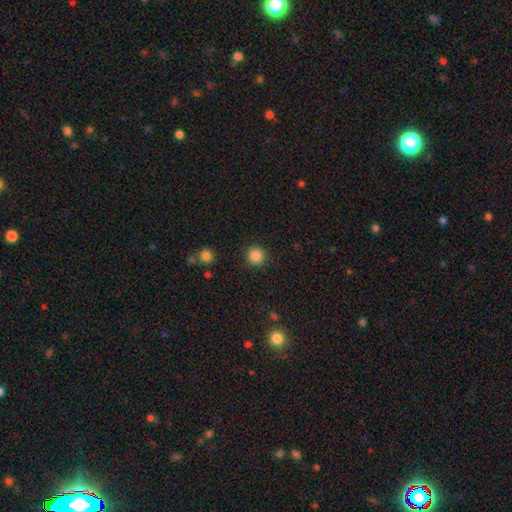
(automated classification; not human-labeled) Smooth or featured? Predicted: smooth (p=0.86). How rounded? Predicted: round (p=0.95). Merging? Predicted: none (p=0.91).